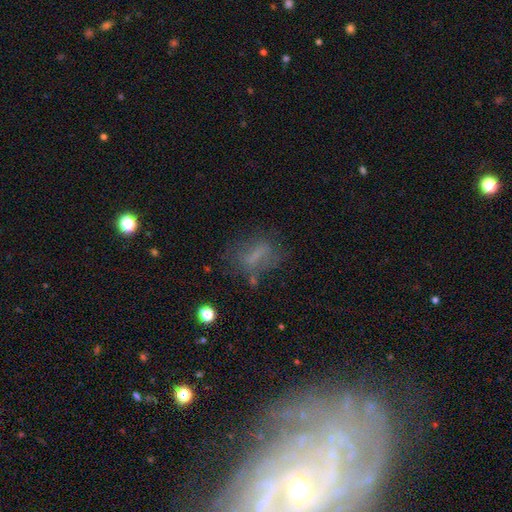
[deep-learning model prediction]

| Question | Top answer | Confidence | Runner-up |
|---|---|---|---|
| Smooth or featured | smooth | 53% | featured or disk (28%) |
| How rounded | in between | 65% | cigar-shaped (19%) |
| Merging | none | 55% | minor disturbance (21%) |